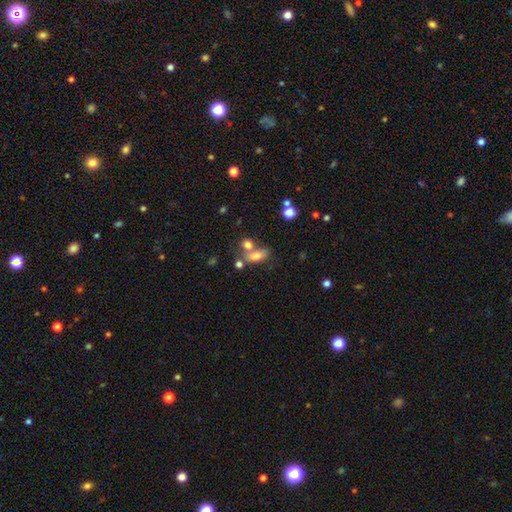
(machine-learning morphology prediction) smooth 73%, featured or disk 16%, star or artifact 11%. Down the decision tree: how rounded — in between (75%); merging — none (48%).